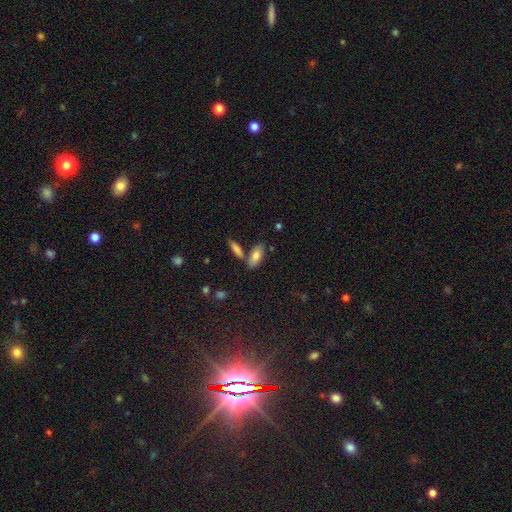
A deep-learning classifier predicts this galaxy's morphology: smooth-or-featured: smooth: 79% | featured or disk: 14% | star or artifact: 7%
  how-rounded: in between: 81% | cigar-shaped: 17% | round: 3%
  merging: none: 70% | merger: 15% | minor disturbance: 12% | major disturbance: 3%